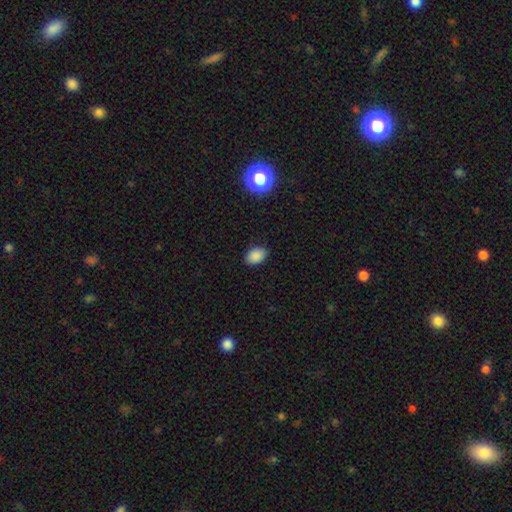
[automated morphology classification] This appears to be a smooth galaxy with no disk features (87%) that is in between round and cigar-shaped (81%). Merging: none (86%).